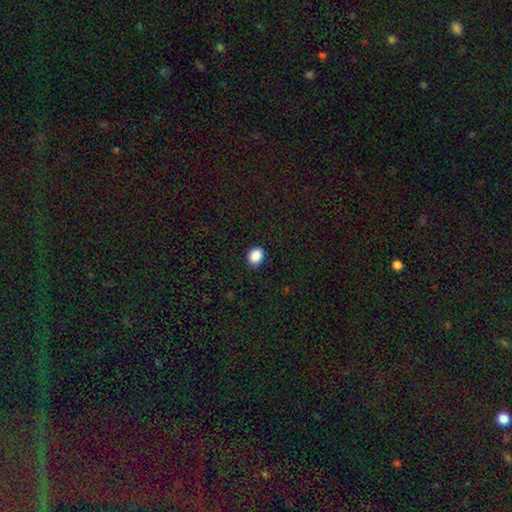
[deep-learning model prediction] A smooth galaxy with no disk features (89%) that is in between round and cigar-shaped (50%, tied with round). Merging: none (90%).